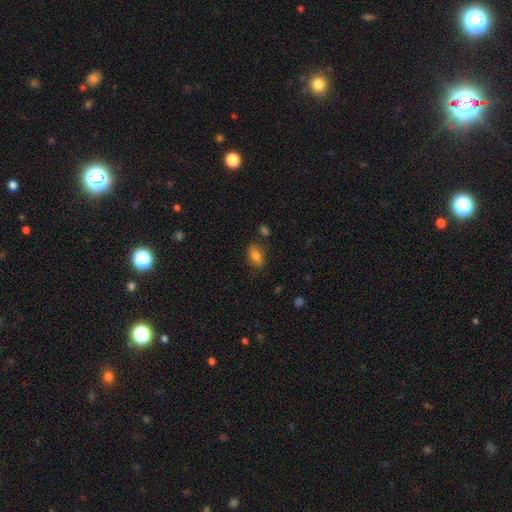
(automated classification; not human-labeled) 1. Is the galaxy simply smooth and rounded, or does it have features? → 77% smooth, 13% featured or disk, 10% star or artifact.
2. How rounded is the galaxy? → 84% in between, 11% round, 5% cigar-shaped.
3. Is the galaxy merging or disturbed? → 75% none, 17% minor disturbance, 4% major disturbance, 4% merger.